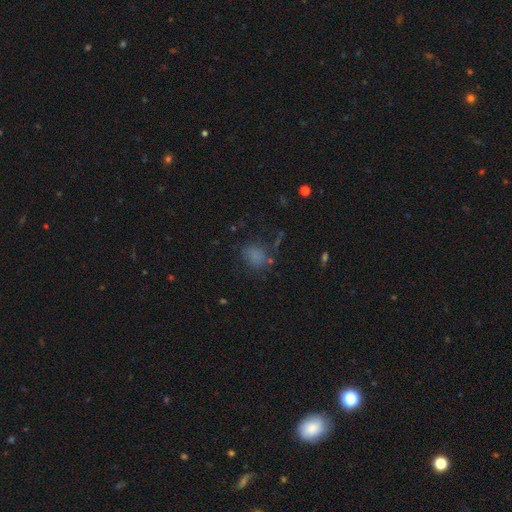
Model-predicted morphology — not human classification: The model was most divided on "how rounded": round: 52%, in between: 47%, cigar-shaped: 1%. More confident: smooth or featured — smooth (76%); merging — none (70%).